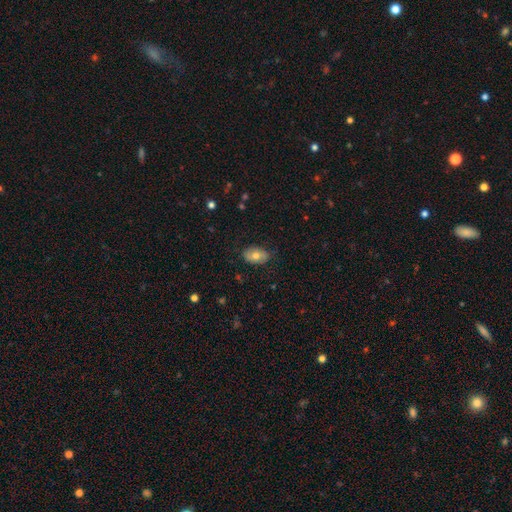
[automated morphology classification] This is likely a smooth galaxy (69%). How rounded: clearly in between (88%). Merging: clearly none (81%).